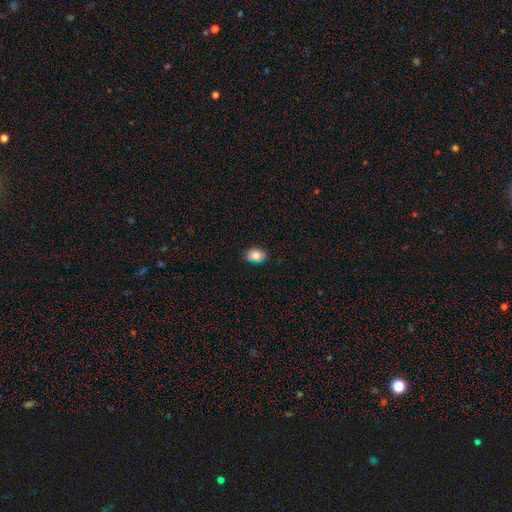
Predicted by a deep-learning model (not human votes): The model was most divided on "how rounded": in between: 77%, round: 22%, cigar-shaped: 1%. More confident: smooth or featured — smooth (85%); merging — none (81%).